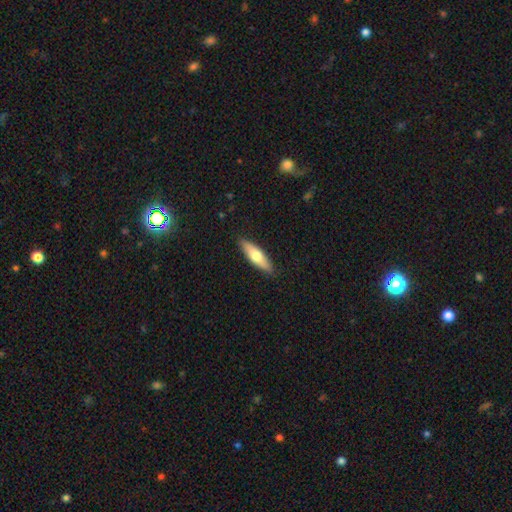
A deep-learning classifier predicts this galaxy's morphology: Smooth or featured? Predicted: smooth (p=0.64). How rounded? Predicted: cigar-shaped (p=0.53). Merging? Predicted: none (p=0.88).